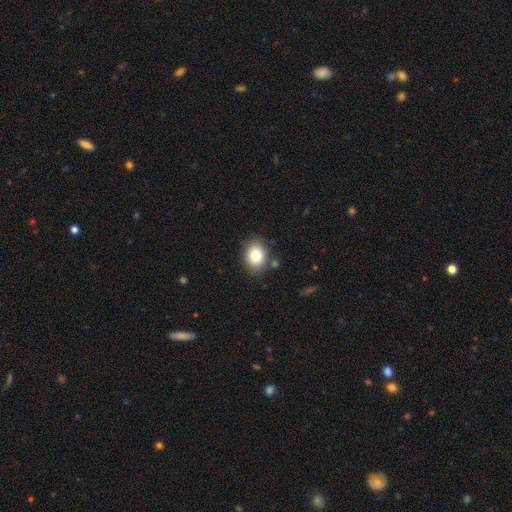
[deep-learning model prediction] Q: Smooth or featured?
A: smooth (80%); runner-up: featured or disk (10%)
Q: How rounded?
A: in between (55%); runner-up: round (44%)
Q: Merging?
A: none (83%); runner-up: minor disturbance (10%)